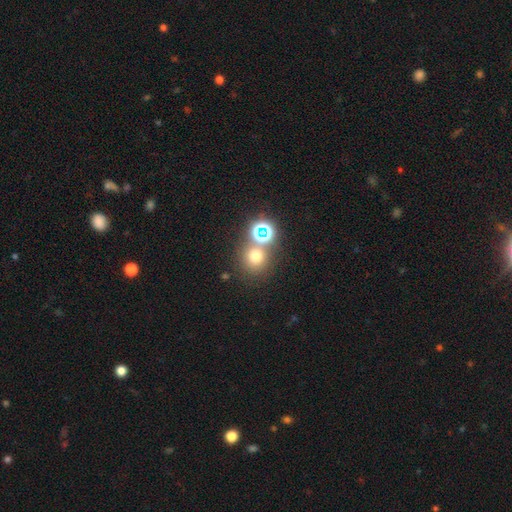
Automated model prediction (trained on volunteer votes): This is likely a smooth galaxy (64%). How rounded: clearly round (88%). Merging: likely none (66%).